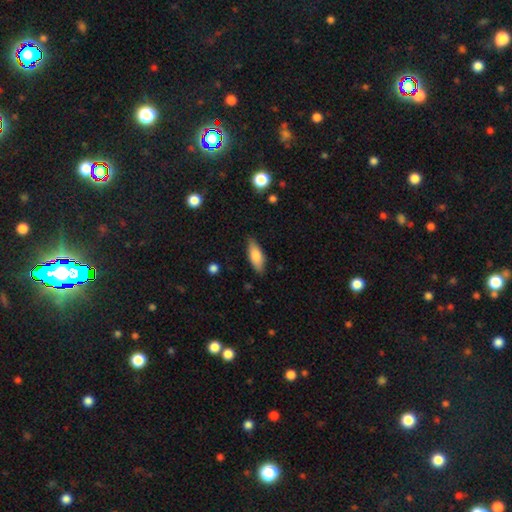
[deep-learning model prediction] Smooth or featured? Predicted: smooth (p=0.78). How rounded? Predicted: in between (p=0.73). Merging? Predicted: none (p=0.84).